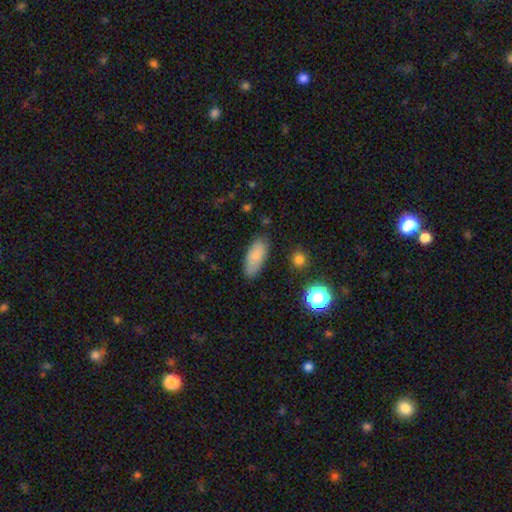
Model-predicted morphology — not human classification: Smooth or featured?
  - smooth: 81% *
  - featured or disk: 11%
  - star or artifact: 8%
How rounded?
  - in between: 83% *
  - cigar-shaped: 15%
  - round: 3%
Merging?
  - none: 78% *
  - minor disturbance: 16%
  - major disturbance: 4%
  - merger: 2%